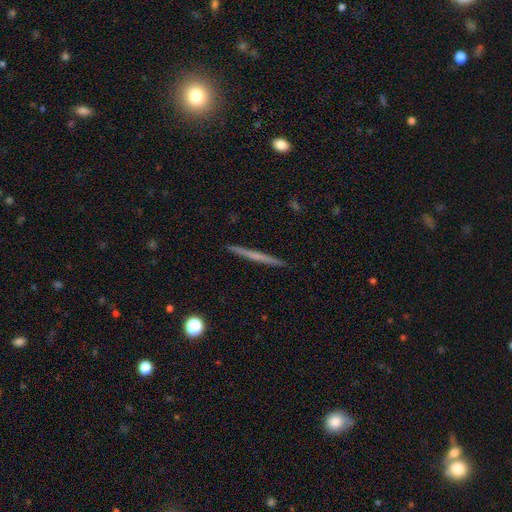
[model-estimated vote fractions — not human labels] Smooth or featured? featured or disk (48%)
Merging? none (93%)